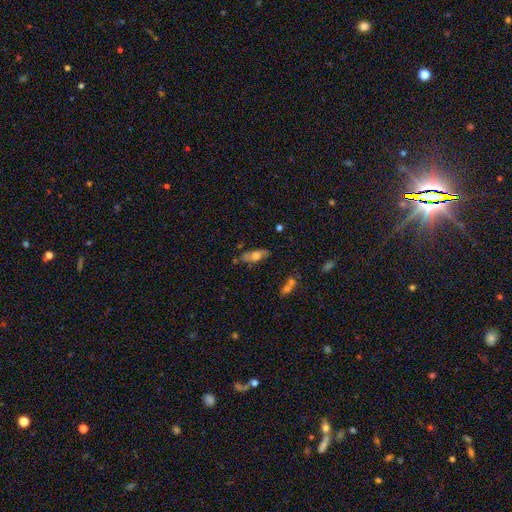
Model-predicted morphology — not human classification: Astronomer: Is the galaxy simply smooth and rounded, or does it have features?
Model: smooth — 51% (runner-up: featured or disk, 41%).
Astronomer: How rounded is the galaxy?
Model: in between — 70%.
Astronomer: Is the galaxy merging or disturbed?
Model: none — 67%.